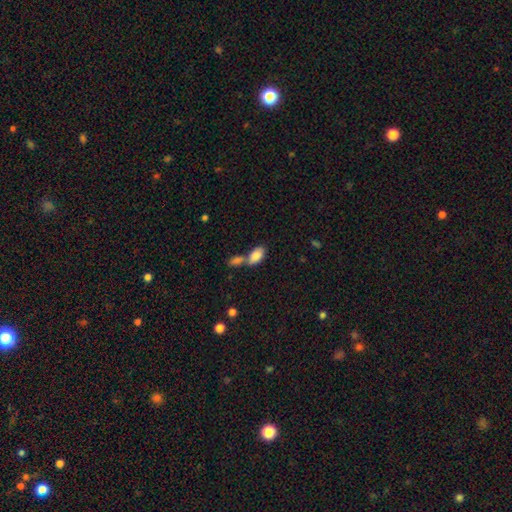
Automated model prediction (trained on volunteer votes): This appears to be a smooth galaxy with no disk features (85%) that is in between round and cigar-shaped (93%). Merging: merger (50%).